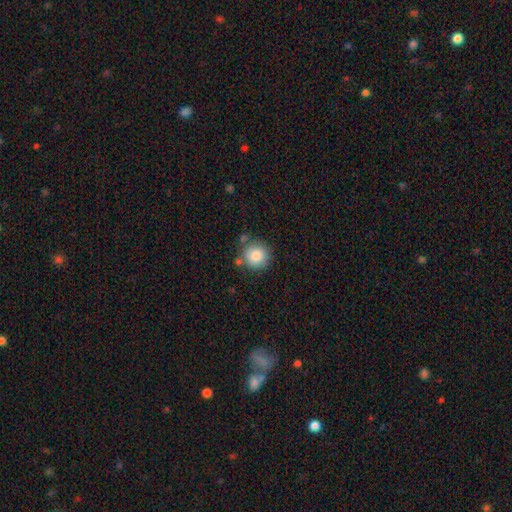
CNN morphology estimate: smooth-or-featured: smooth: 85% | star or artifact: 9% | featured or disk: 6%
  how-rounded: round: 93% | in between: 6% | cigar-shaped: 1%
  merging: none: 78% | minor disturbance: 12% | merger: 7% | major disturbance: 3%